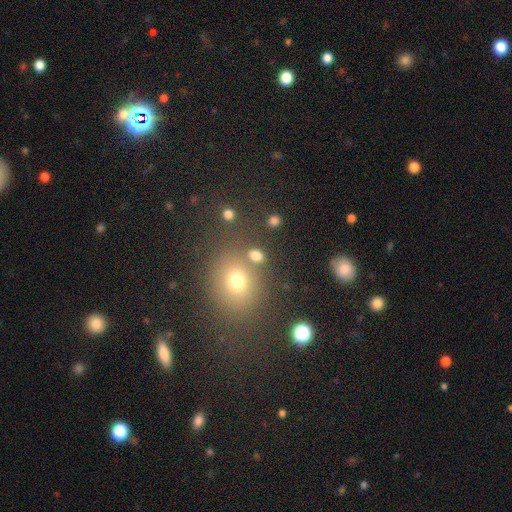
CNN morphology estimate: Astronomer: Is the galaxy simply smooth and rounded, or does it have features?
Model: smooth — 76%.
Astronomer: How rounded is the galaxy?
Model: round — 55% (runner-up: in between, 43%).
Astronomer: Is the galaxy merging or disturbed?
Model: none — 73%.